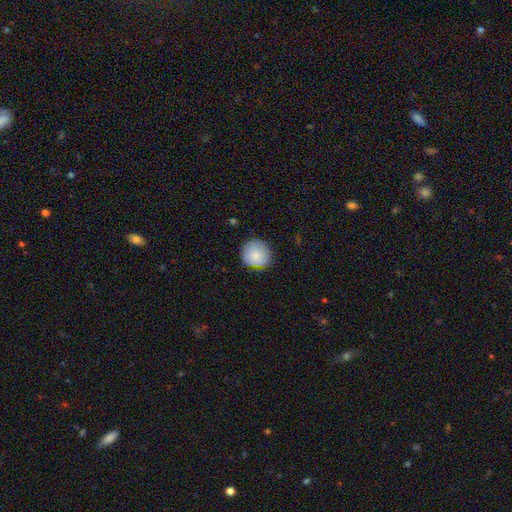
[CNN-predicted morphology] Smooth or featured?
  - smooth: 84% *
  - featured or disk: 9%
  - star or artifact: 7%
How rounded?
  - round: 92% *
  - in between: 7%
  - cigar-shaped: 1%
Merging?
  - none: 85% *
  - minor disturbance: 12%
  - major disturbance: 2%
  - merger: 1%